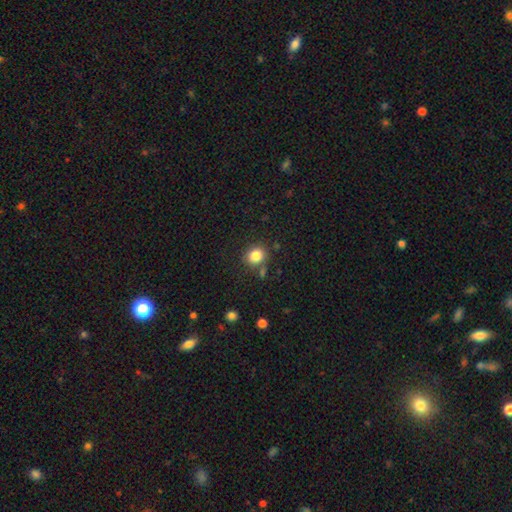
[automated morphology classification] A smooth galaxy with no disk features (84%) that is round (70%). Merging: none (79%).